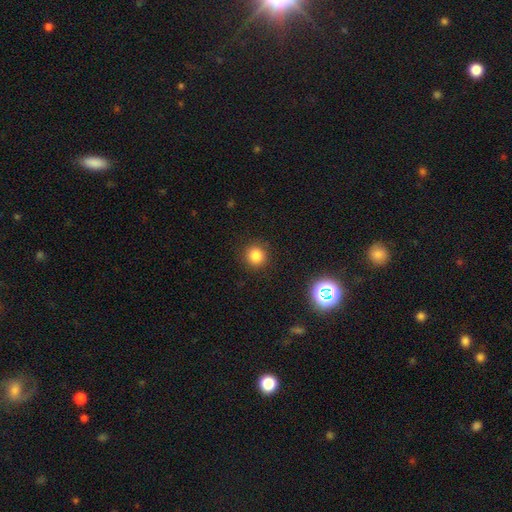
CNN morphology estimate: The model was most divided on "smooth or featured": smooth: 82%, star or artifact: 13%, featured or disk: 5%. More confident: how rounded — round (91%); merging — none (90%).